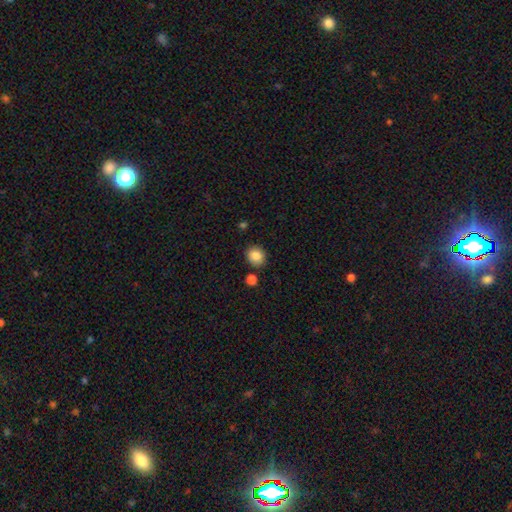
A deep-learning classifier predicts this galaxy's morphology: A smooth galaxy with no disk features (86%) that is round (74%). Merging: none (84%).